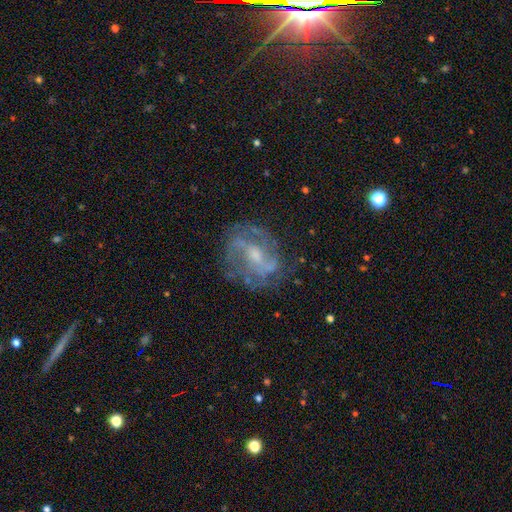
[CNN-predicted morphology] smooth-or-featured: featured or disk: 79% | smooth: 12% | star or artifact: 9%
  disk-edge-on: no: 97% | yes: 3%
    bar: weak: 50% | no: 31% | strong: 19%
    has-spiral-arms: yes: 85% | no: 15%
      spiral-winding: medium: 46% | tight: 29% | loose: 25%
      spiral-arm-count: 2: 55% | can't tell: 23% | 3: 11% | 1: 4% | 4: 4% | more than 4: 3%
    bulge-size: moderate: 42% (tied) | small: 42% (tied) | none: 11% | large: 4% | dominant: 1%
  merging: none: 69% | minor disturbance: 17% | major disturbance: 11% | merger: 2%